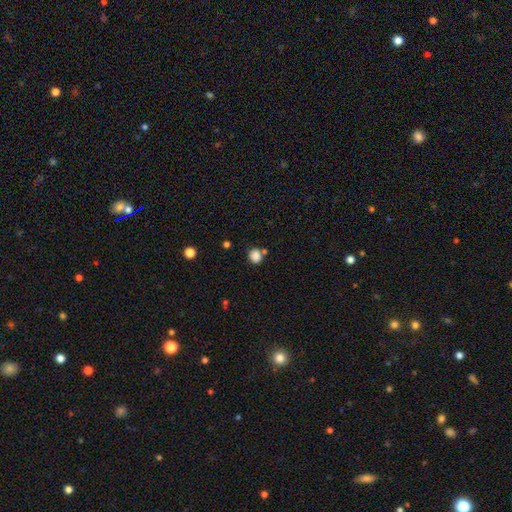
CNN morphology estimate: This is clearly a smooth galaxy (85%). How rounded: clearly round (81%). Merging: likely none (74%).